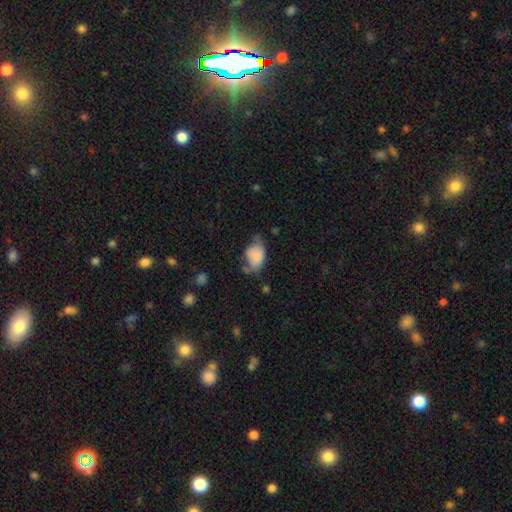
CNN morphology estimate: A smooth galaxy with no disk features (78%) that is in between round and cigar-shaped (87%).

Vote fractions:
- Smooth or featured? smooth: 78% / featured or disk: 14% / star or artifact: 8%
- How rounded? in between: 87% / round: 12% / cigar-shaped: 2%
- Merging? minor disturbance: 41% / none: 32% / major disturbance: 21% / merger: 6%